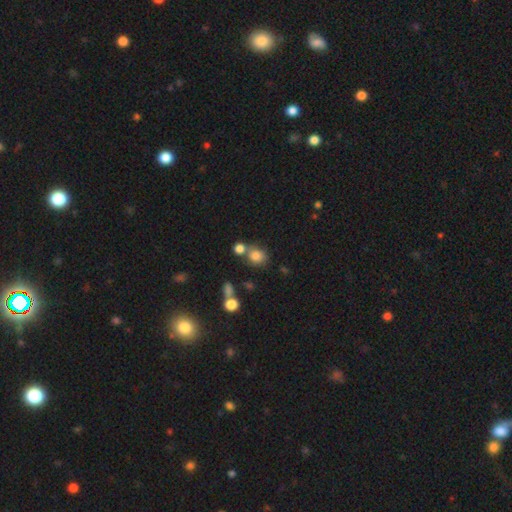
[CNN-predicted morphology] The model was most divided on "merging": none: 57%, merger: 26%, minor disturbance: 12%, major disturbance: 5%. More confident: smooth or featured — smooth (79%); how rounded — round (68%).